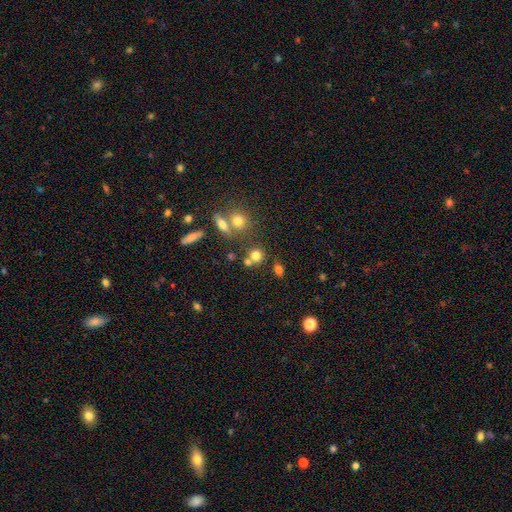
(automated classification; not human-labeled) Morphology: type=smooth (73%); roundness=round (83%); merging=none (60%).